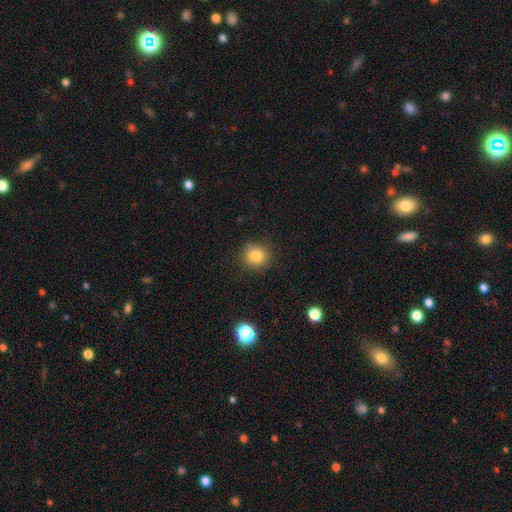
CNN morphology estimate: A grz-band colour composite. It shows a smooth galaxy with no disk features (83%) that is round (85%). Merging: none (84%).